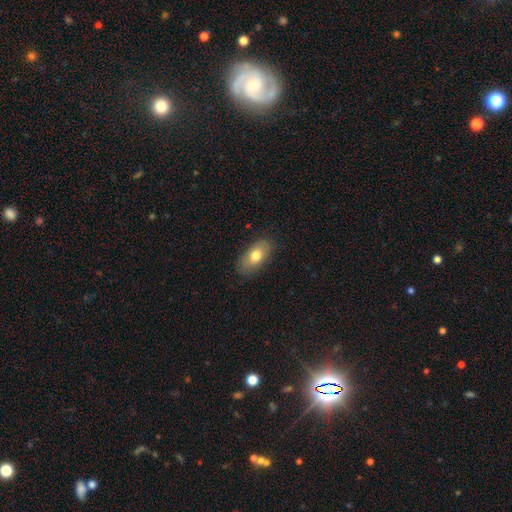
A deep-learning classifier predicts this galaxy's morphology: smooth 74%, featured or disk 20%, star or artifact 7%. Down the decision tree: how rounded — in between (91%); merging — none (82%).